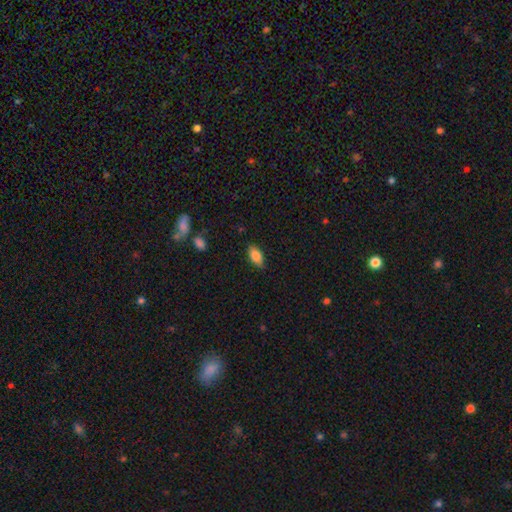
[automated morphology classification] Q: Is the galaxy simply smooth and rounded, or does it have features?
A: smooth — 81%.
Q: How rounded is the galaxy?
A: in between — 88%.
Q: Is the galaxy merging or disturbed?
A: none — 82%.